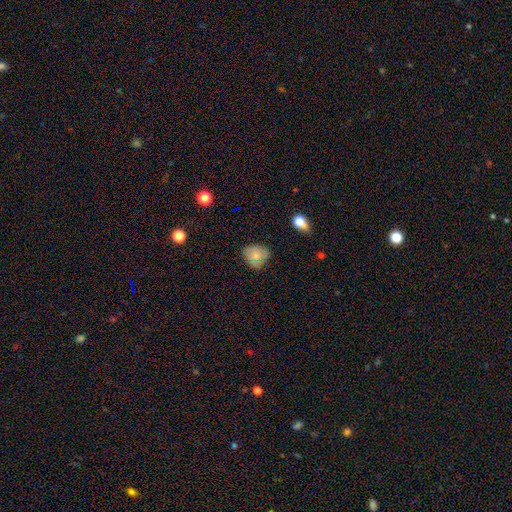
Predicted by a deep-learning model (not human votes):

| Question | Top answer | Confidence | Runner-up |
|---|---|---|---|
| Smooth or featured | smooth | 71% | featured or disk (17%) |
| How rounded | round | 63% | in between (36%) |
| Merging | none | 69% | minor disturbance (22%) |